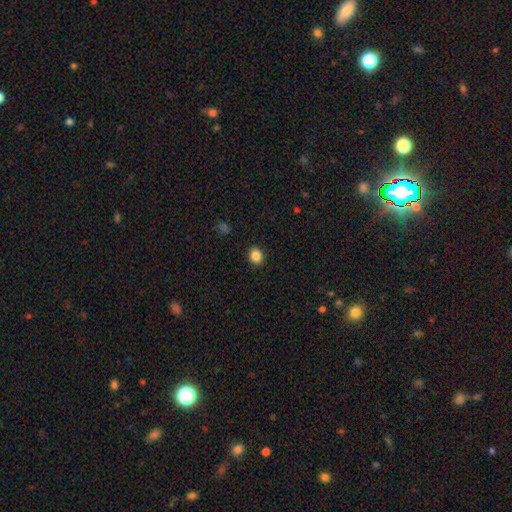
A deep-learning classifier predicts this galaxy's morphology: Smooth or featured? Predicted: smooth (p=0.86). How rounded? Predicted: round (p=0.67). Merging? Predicted: none (p=0.91).